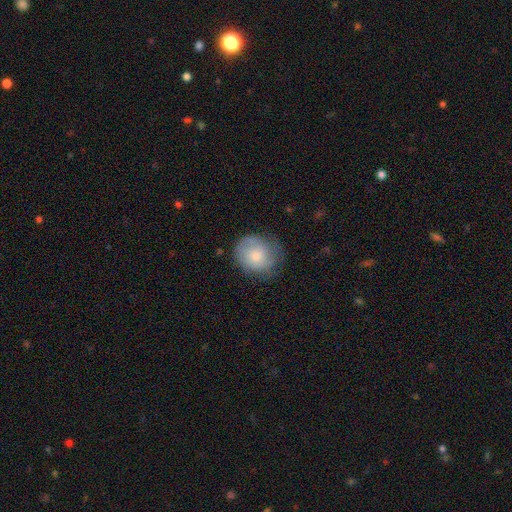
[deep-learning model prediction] A smooth galaxy with no disk features (65%) that is round (76%).

Vote fractions:
- Smooth or featured? smooth: 65% / featured or disk: 28% / star or artifact: 7%
- How rounded? round: 76% / in between: 23% / cigar-shaped: 1%
- Merging? none: 63% / minor disturbance: 26% / major disturbance: 10% / merger: 1%